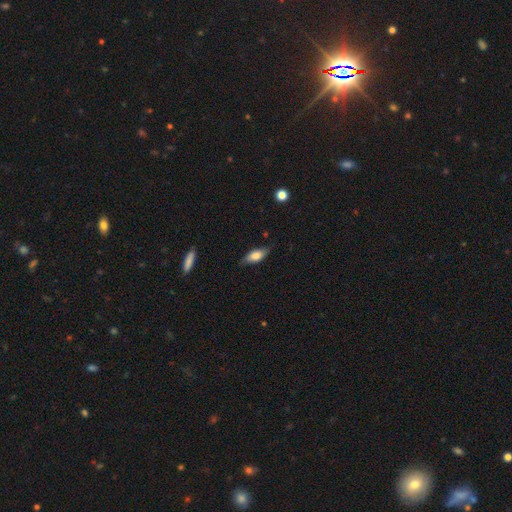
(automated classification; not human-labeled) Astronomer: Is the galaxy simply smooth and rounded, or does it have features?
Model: smooth — 73%.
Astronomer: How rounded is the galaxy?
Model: in between — 79%.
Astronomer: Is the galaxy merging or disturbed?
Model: none — 77%.